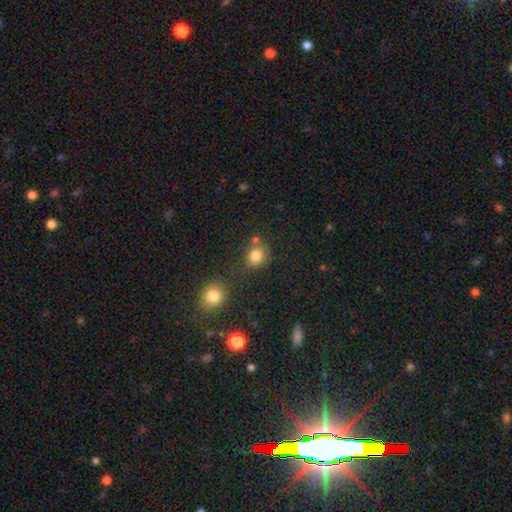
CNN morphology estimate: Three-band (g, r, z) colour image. It shows a smooth galaxy with no disk features (81%) that is round (74%). Merging: none (67%).